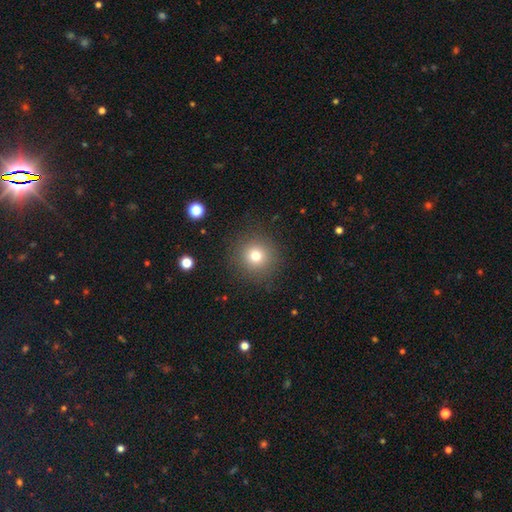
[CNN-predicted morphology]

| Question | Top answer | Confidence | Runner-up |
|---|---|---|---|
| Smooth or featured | smooth | 75% | star or artifact (15%) |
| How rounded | round | 94% | in between (5%) |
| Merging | none | 88% | minor disturbance (7%) |